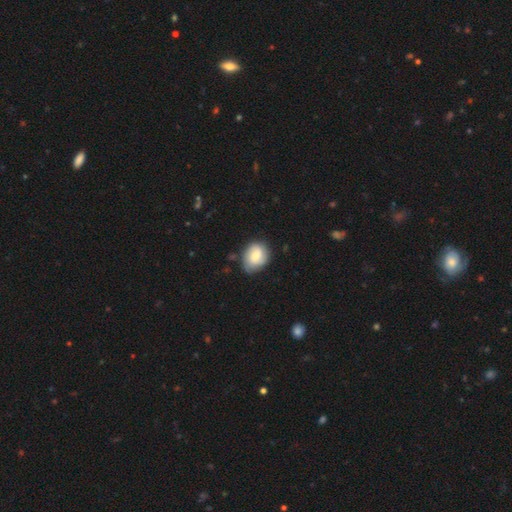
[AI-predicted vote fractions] smooth_or_featured: smooth (p=0.63) [alt: featured or disk p=0.30]
how_rounded: round (p=0.55) [alt: in between p=0.44]
merging: none (p=0.69) [alt: minor disturbance p=0.23]